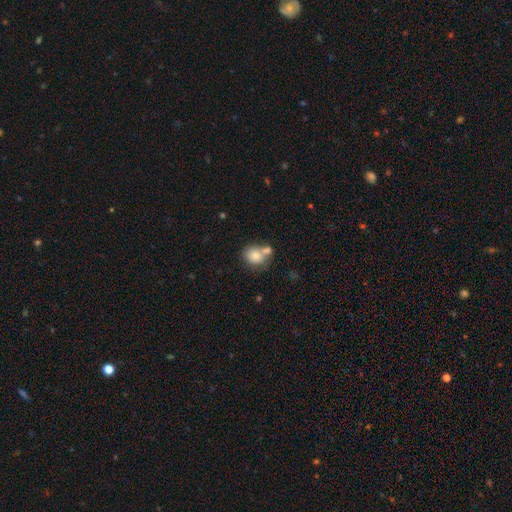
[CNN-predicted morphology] Q: Smooth or featured?
A: smooth (77%); runner-up: featured or disk (14%)
Q: How rounded?
A: round (65%); runner-up: in between (34%)
Q: Merging?
A: none (43%); runner-up: merger (38%)